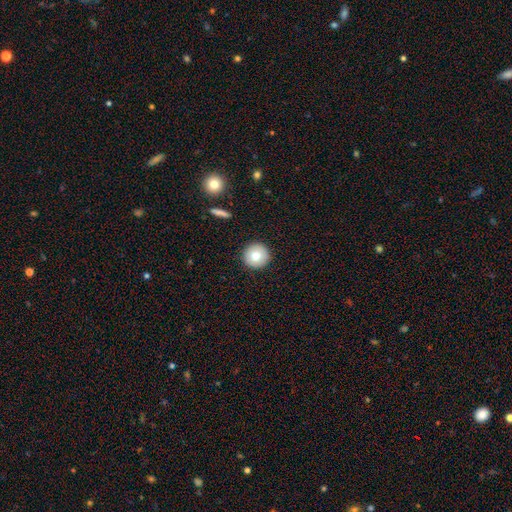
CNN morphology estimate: Smooth or featured? smooth (76%)
How rounded? round (96%)
Merging? none (92%)